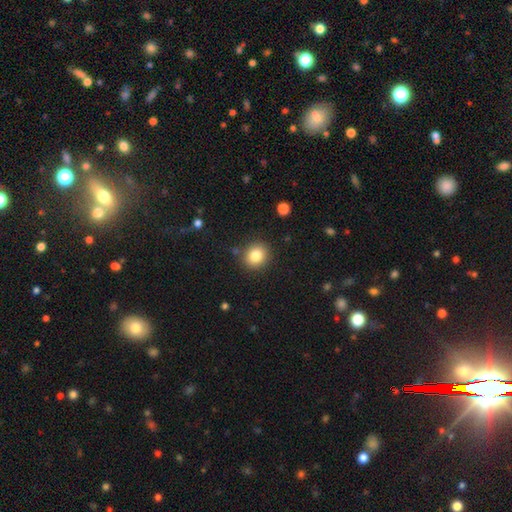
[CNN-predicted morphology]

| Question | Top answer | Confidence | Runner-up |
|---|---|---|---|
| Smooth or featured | smooth | 82% | star or artifact (11%) |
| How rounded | round | 81% | in between (18%) |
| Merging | none | 86% | minor disturbance (8%) |